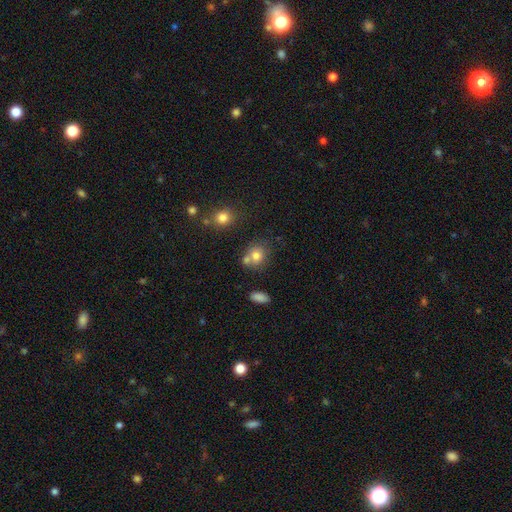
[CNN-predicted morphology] This appears to be a smooth galaxy with no disk features (75%) that is round (72%). Merging: none (53%).